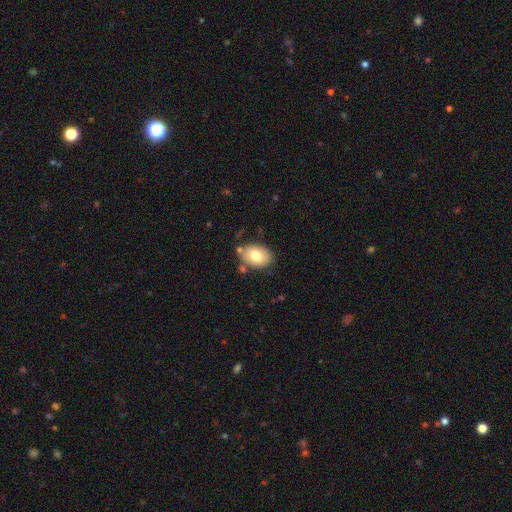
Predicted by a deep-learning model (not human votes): A smooth galaxy with no disk features (76%) that is in between round and cigar-shaped (78%).

Vote fractions:
- Smooth or featured? smooth: 76% / featured or disk: 16% / star or artifact: 8%
- How rounded? in between: 78% / round: 21% / cigar-shaped: 1%
- Merging? none: 74% / minor disturbance: 16% / merger: 7% / major disturbance: 4%